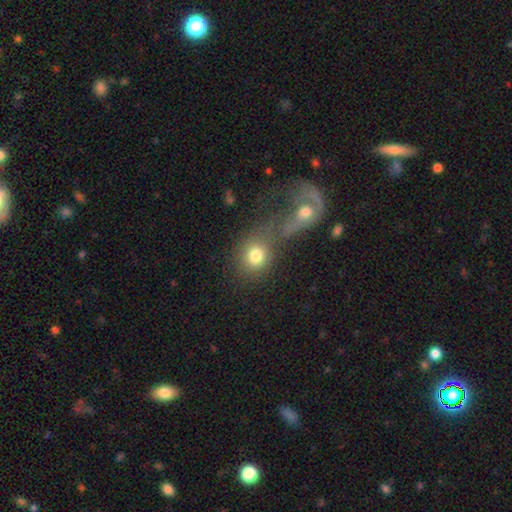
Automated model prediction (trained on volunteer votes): Smooth or featured? smooth (76%)
How rounded? round (71%)
Merging? none (45%)